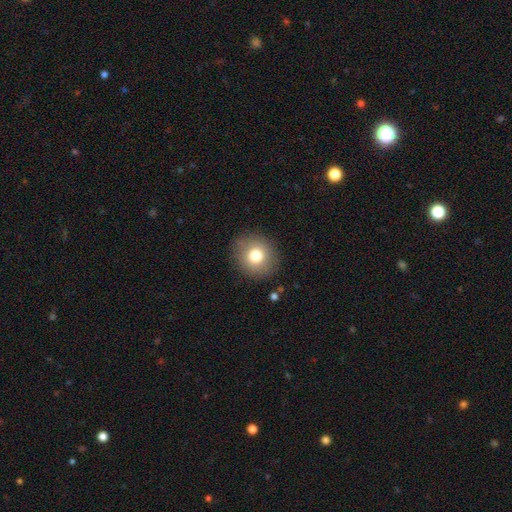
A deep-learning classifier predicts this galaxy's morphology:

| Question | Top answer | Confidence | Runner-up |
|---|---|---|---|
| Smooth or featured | smooth | 77% | featured or disk (12%) |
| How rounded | round | 86% | in between (13%) |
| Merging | none | 88% | minor disturbance (8%) |